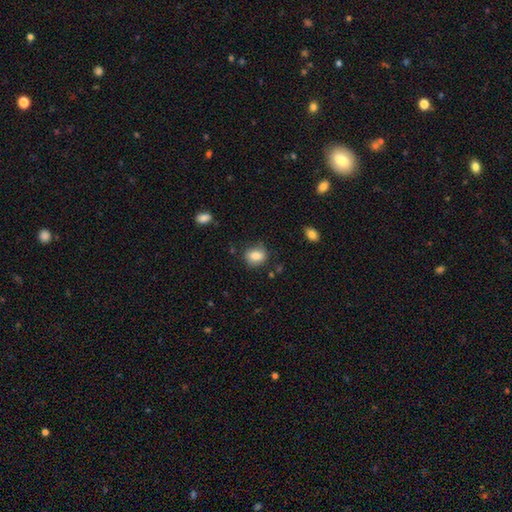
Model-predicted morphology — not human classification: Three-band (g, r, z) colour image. It shows a smooth galaxy with no disk features (84%) that is round (49%, tied with in between). Merging: none (71%).